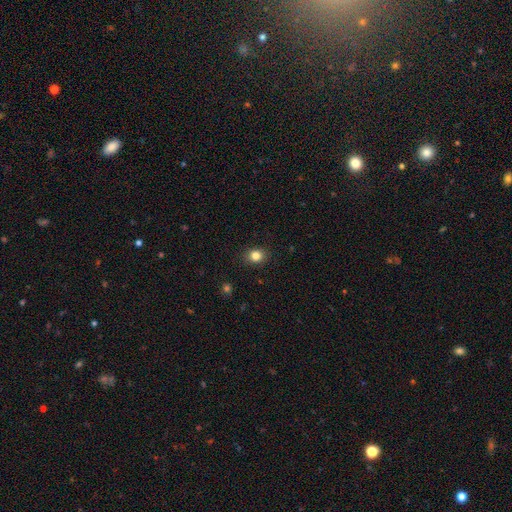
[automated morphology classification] Smooth or featured?
  - smooth: 83% *
  - star or artifact: 11%
  - featured or disk: 5%
How rounded?
  - round: 69% *
  - in between: 30%
  - cigar-shaped: 1%
Merging?
  - none: 88% *
  - minor disturbance: 8%
  - major disturbance: 2%
  - merger: 1%